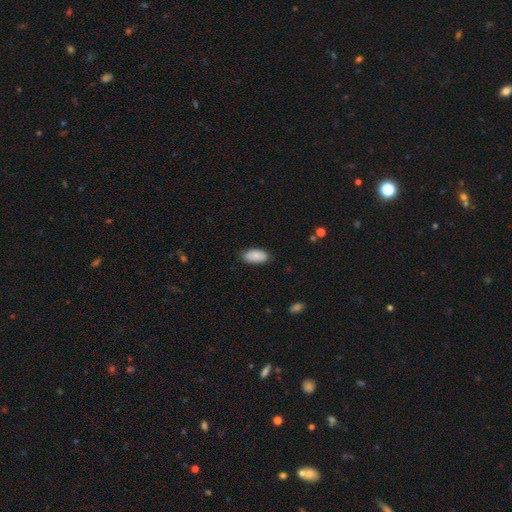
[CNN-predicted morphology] smooth_or_featured: smooth (p=0.84) [alt: featured or disk p=0.10]
how_rounded: in between (p=0.95) [alt: cigar-shaped p=0.03]
merging: none (p=0.83) [alt: minor disturbance p=0.13]